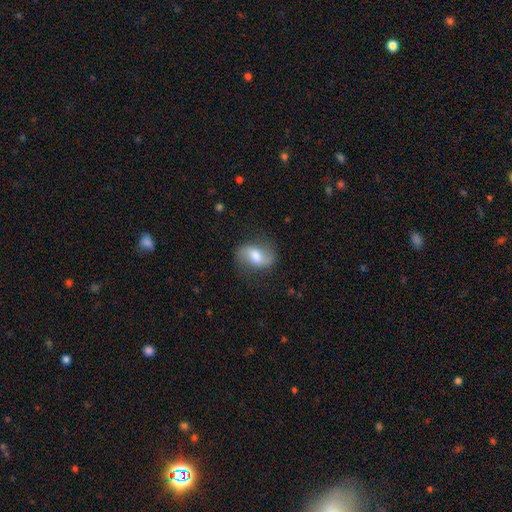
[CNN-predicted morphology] Smooth or featured? featured or disk (58%)
Edge-on disk? no (96%)
Bar? weak (48%)
Spiral arms? yes (89%)
Bulge size? moderate (53%)
Merging? none (74%)